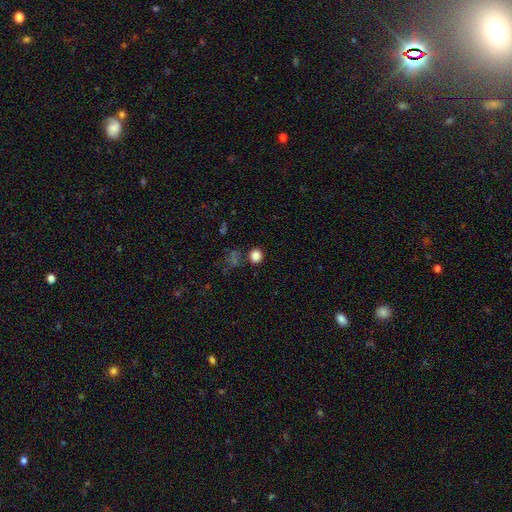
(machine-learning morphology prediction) This is clearly a smooth galaxy (83%). How rounded: clearly round (85%). Merging: clearly none (83%).